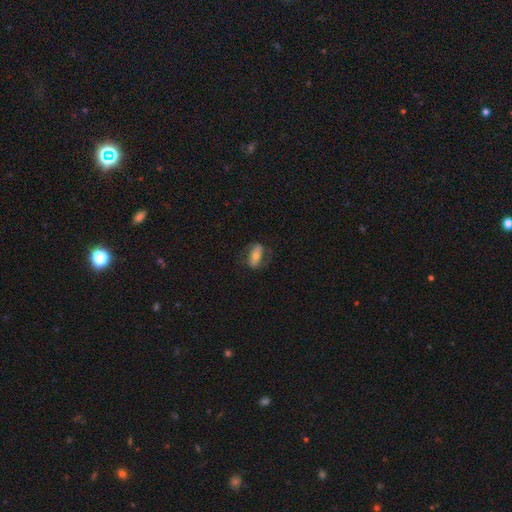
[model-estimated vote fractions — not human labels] smooth_or_featured: smooth (p=0.51) [alt: featured or disk p=0.42]
how_rounded: in between (p=0.84) [alt: cigar-shaped p=0.09]
merging: none (p=0.69) [alt: minor disturbance p=0.18]